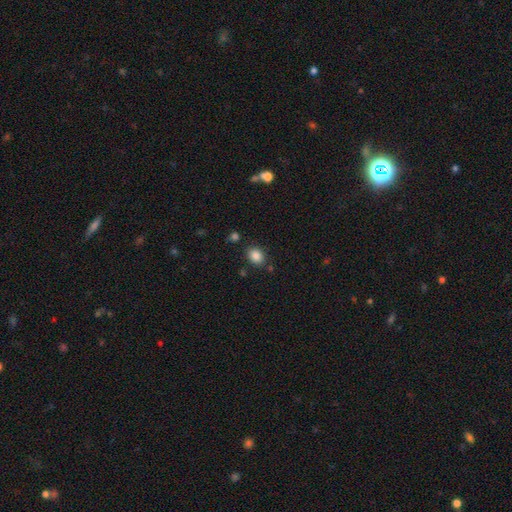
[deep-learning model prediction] A smooth galaxy with no disk features (86%) that is in between round and cigar-shaped (58%). Merging: none (82%).